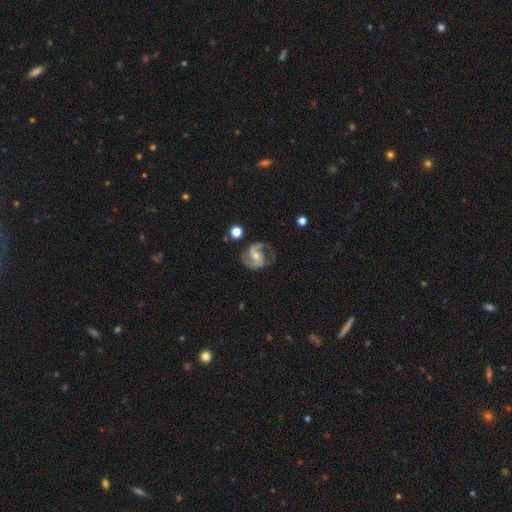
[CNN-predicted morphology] Smooth or featured? Predicted: featured or disk (p=0.87). Edge-on disk? Predicted: no (p=0.98). Bar? Predicted: no (p=0.41). Spiral arms? Predicted: yes (p=0.96). Spiral winding? Predicted: medium (p=0.55). Spiral arm count? Predicted: 2 (p=0.85). Bulge size? Predicted: small (p=0.55). Merging? Predicted: none (p=0.65).